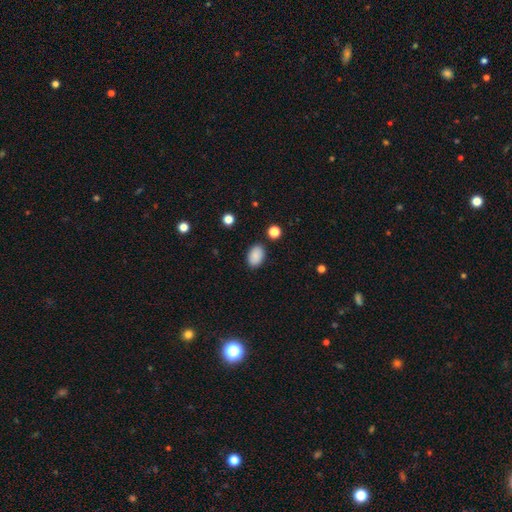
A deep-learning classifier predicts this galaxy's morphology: Smooth or featured?
  - smooth: 89% *
  - star or artifact: 8%
  - featured or disk: 3%
How rounded?
  - in between: 88% *
  - round: 11%
  - cigar-shaped: 1%
Merging?
  - none: 87% *
  - minor disturbance: 9%
  - major disturbance: 2%
  - merger: 2%